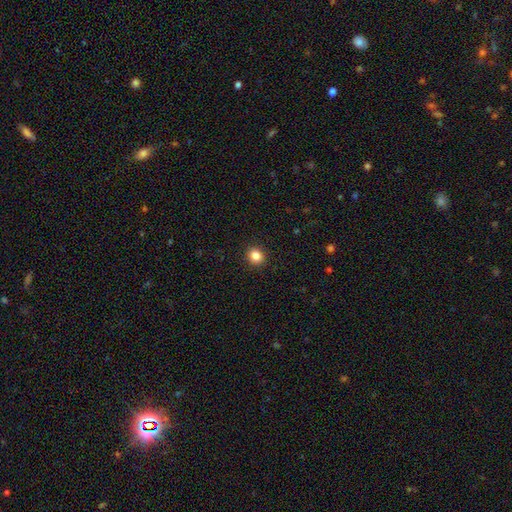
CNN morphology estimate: Smooth or featured? Predicted: smooth (p=0.84). How rounded? Predicted: round (p=0.83). Merging? Predicted: none (p=0.92).